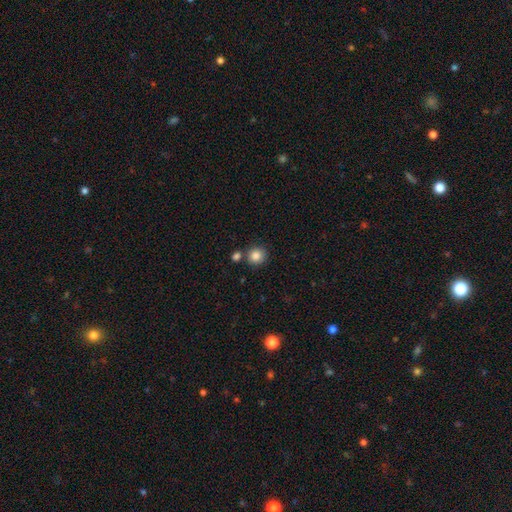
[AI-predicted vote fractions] A smooth galaxy with no disk features (86%) that is round (90%).

Vote fractions:
- Smooth or featured? smooth: 86% / star or artifact: 10% / featured or disk: 5%
- How rounded? round: 90% / in between: 9% / cigar-shaped: 1%
- Merging? none: 76% / merger: 13% / minor disturbance: 8% / major disturbance: 3%